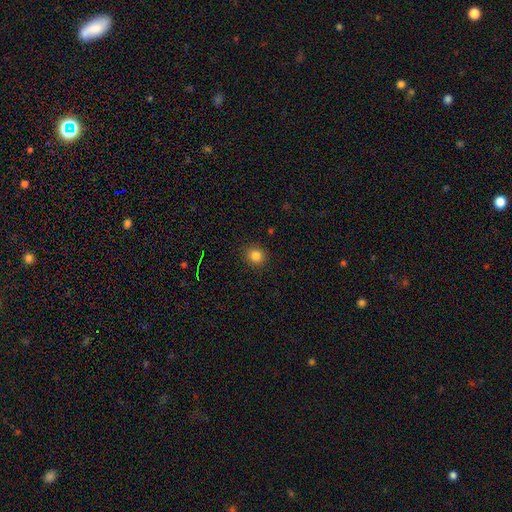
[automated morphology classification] Smooth or featured? Predicted: smooth (p=0.82). How rounded? Predicted: round (p=0.87). Merging? Predicted: none (p=0.90).